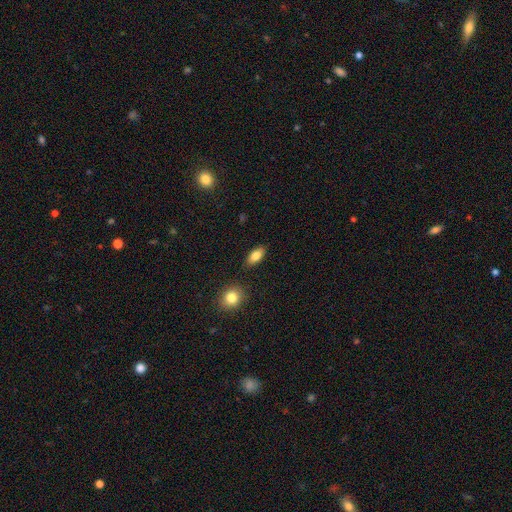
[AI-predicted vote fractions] Smooth or featured? Predicted: smooth (p=0.83). How rounded? Predicted: in between (p=0.88). Merging? Predicted: none (p=0.86).